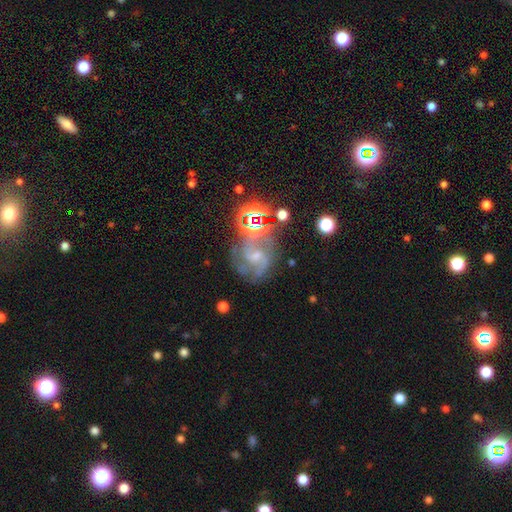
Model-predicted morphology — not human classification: A featured or disk galaxy (64%) with no bar (48%), 2 (43%) medium (48%) spiral arms (89%) and a small central bulge (62%). Merging: none (55%).